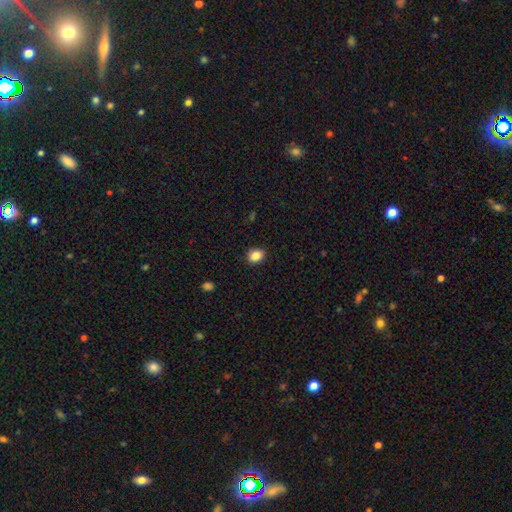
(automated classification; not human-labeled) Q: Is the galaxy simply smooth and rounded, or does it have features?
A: smooth — 86%.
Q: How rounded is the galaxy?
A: round — 52%.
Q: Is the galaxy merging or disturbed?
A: none — 89%.